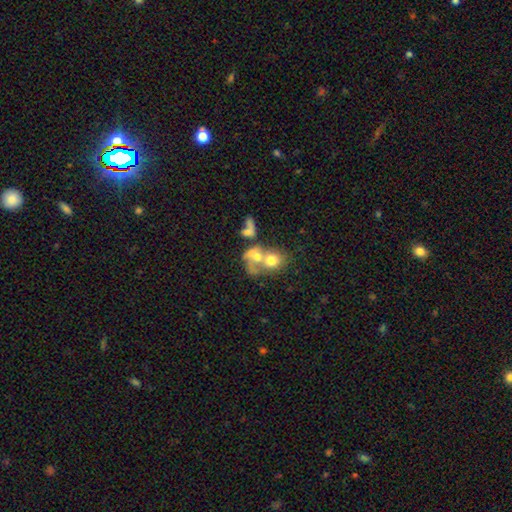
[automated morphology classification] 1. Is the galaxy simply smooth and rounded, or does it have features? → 51% smooth, 37% featured or disk, 12% star or artifact.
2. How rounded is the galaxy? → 51% in between, 47% round, 2% cigar-shaped.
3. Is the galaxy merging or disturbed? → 68% merger, 13% none, 13% major disturbance, 7% minor disturbance.